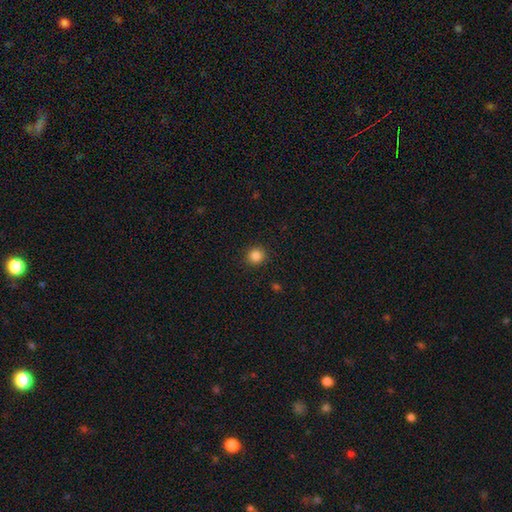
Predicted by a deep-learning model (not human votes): Smooth or featured? smooth (85%)
How rounded? round (91%)
Merging? none (91%)